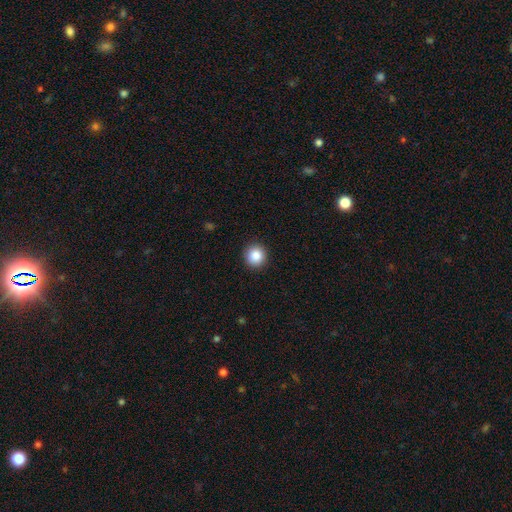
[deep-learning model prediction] Smooth or featured? smooth (86%)
How rounded? round (93%)
Merging? none (92%)